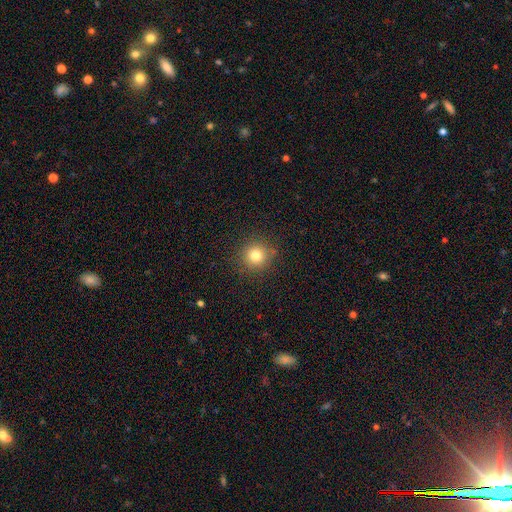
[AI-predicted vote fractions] A smooth galaxy with no disk features (80%) that is round (93%).

Vote fractions:
- Smooth or featured? smooth: 80% / star or artifact: 13% / featured or disk: 7%
- How rounded? round: 93% / in between: 6% / cigar-shaped: 1%
- Merging? none: 88% / minor disturbance: 8% / major disturbance: 3% / merger: 1%